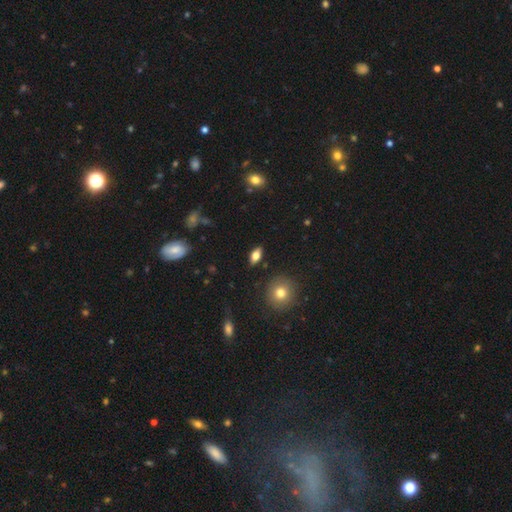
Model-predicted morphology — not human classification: Smooth or featured?
  - smooth: 73% *
  - featured or disk: 18%
  - star or artifact: 9%
How rounded?
  - in between: 86% *
  - cigar-shaped: 8%
  - round: 6%
Merging?
  - none: 89% *
  - minor disturbance: 8%
  - major disturbance: 2%
  - merger: 1%